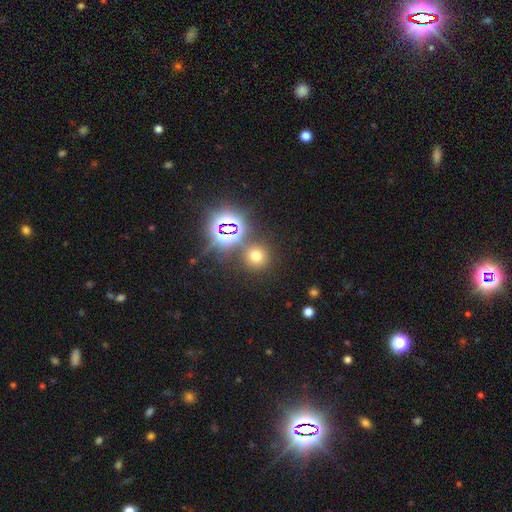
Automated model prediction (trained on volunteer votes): Smooth or featured? smooth (59%)
How rounded? round (91%)
Merging? none (78%)